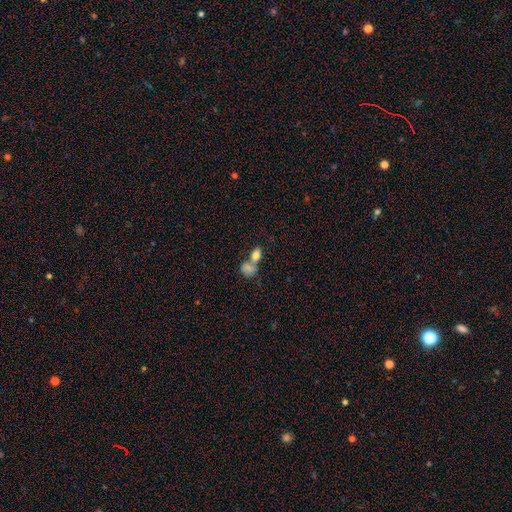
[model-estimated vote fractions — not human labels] The model was most divided on "merging": merger: 59%, none: 28%, minor disturbance: 8%, major disturbance: 5%. More confident: how rounded — in between (81%); smooth or featured — smooth (79%).